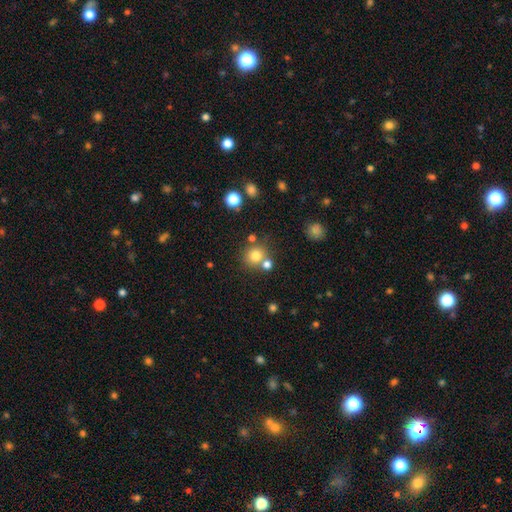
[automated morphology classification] Smooth or featured: smooth — 77% (star or artifact — 14%)
How rounded: round — 89% (in between — 11%)
Merging: none — 67% (merger — 20%)